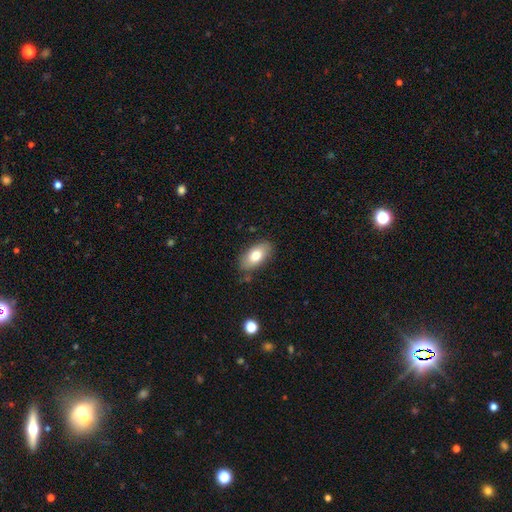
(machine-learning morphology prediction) The model was most divided on "smooth or featured": smooth: 77%, featured or disk: 15%, star or artifact: 7%. More confident: how rounded — in between (91%); merging — none (81%).